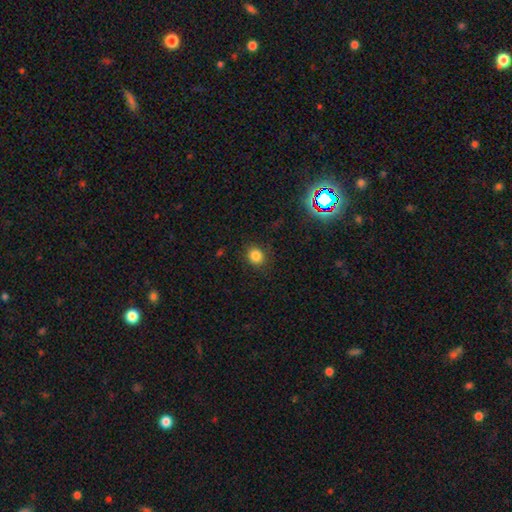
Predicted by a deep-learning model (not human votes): Overall: smooth (82%). How rounded: round (81%). Merging: none (88%).